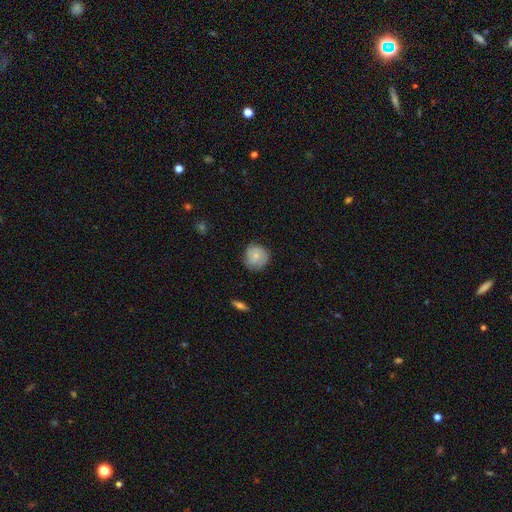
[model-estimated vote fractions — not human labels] The model was most divided on "smooth or featured": smooth: 68%, featured or disk: 24%, star or artifact: 8%. More confident: how rounded — round (89%); merging — none (72%).